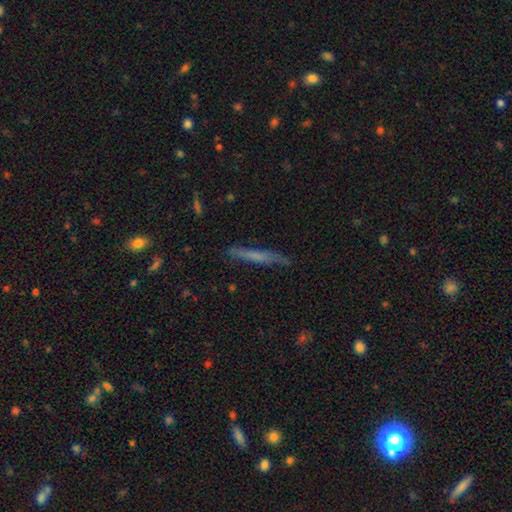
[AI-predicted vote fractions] Smooth or featured? Predicted: smooth (p=0.50). How rounded? Predicted: cigar-shaped (p=0.95). Merging? Predicted: none (p=0.82).